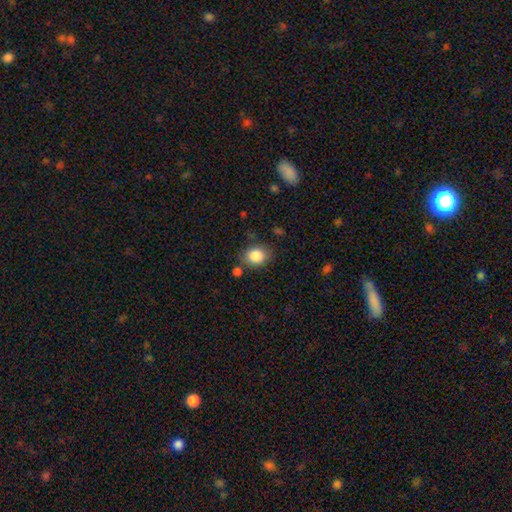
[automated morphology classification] Smooth or featured? smooth (85%)
How rounded? in between (53%)
Merging? none (75%)